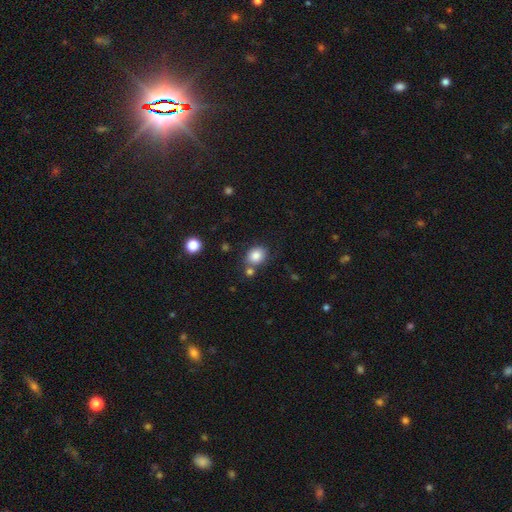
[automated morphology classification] Smooth or featured? smooth (84%)
How rounded? round (52%)
Merging? none (70%)